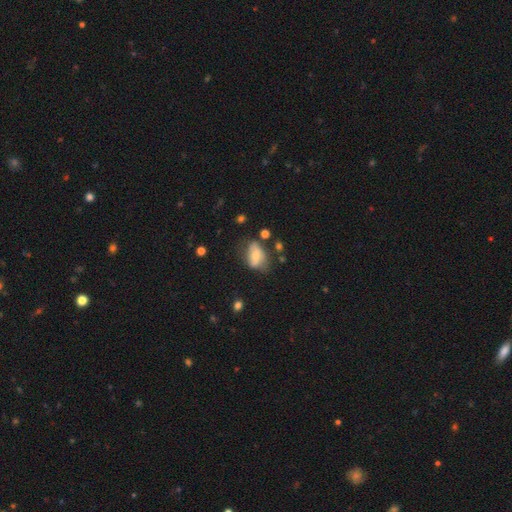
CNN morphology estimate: This appears to be a smooth galaxy with no disk features (54%) that is in between round and cigar-shaped (82%). Merging: none (50%).